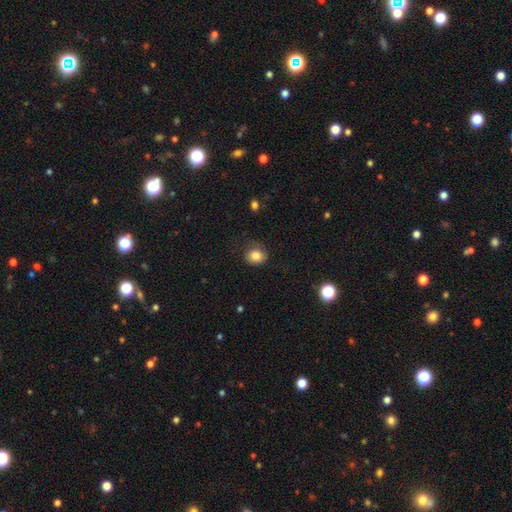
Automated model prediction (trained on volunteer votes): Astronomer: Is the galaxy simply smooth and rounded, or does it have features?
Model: smooth — 83%.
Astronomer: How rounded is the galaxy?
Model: round — 68%.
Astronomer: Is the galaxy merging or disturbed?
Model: none — 71%.